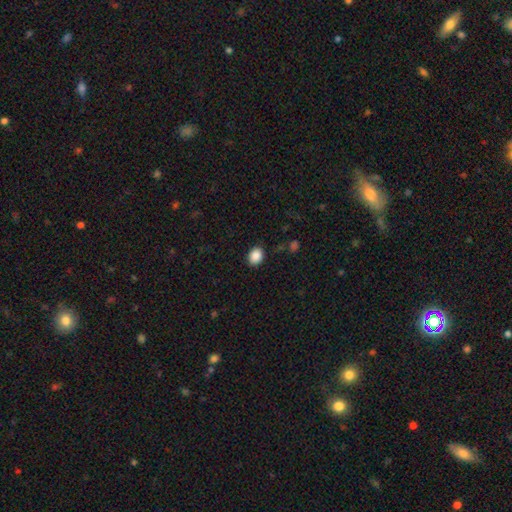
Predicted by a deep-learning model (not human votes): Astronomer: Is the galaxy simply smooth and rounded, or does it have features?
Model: smooth — 88%.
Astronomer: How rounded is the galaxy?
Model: in between — 58% (runner-up: round, 42%).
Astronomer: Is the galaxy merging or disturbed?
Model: none — 87%.